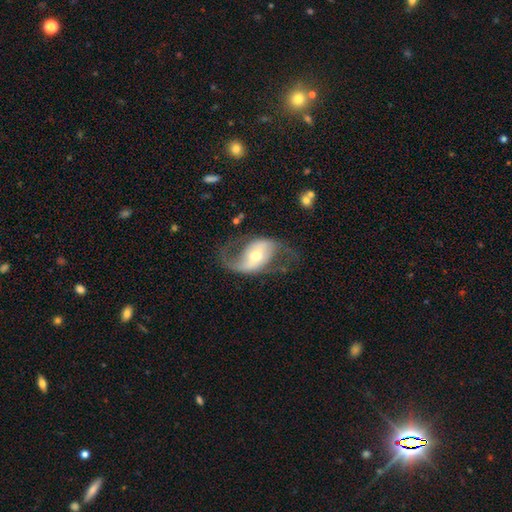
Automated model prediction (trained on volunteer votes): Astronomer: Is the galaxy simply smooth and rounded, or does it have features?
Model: featured or disk — 82%.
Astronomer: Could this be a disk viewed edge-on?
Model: no — 96%.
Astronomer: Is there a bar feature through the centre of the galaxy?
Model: strong — 37% (runner-up: weak, 35%).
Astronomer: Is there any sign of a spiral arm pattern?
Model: yes — 89%.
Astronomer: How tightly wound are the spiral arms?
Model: loose — 58% (runner-up: medium, 34%).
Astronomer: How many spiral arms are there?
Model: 2 — 86%.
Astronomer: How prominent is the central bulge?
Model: moderate — 61%.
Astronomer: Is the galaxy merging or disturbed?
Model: none — 60%.